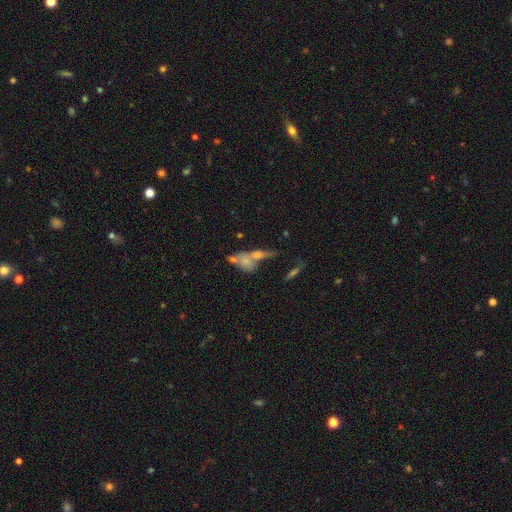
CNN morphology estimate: This is marginally a featured or disk galaxy (41%). Merging: marginally merger (45%).